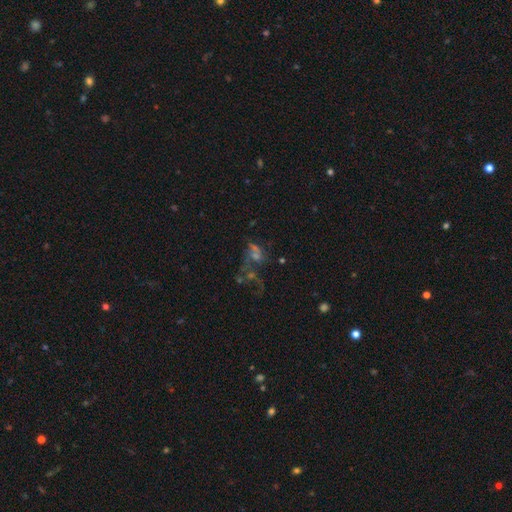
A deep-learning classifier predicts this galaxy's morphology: type=featured or disk (40%); merging=merger (35%).